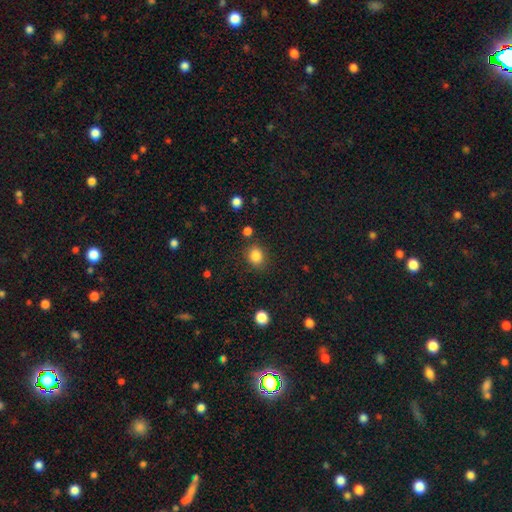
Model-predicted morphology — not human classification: smooth 85%, star or artifact 11%, featured or disk 4%. Down the decision tree: how rounded — round (61%); merging — none (82%).